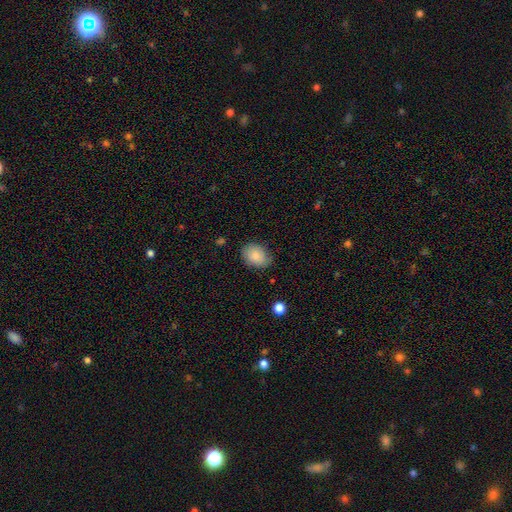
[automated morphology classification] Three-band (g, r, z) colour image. It shows a smooth galaxy with no disk features (84%) that is in between round and cigar-shaped (72%). Merging: none (76%).